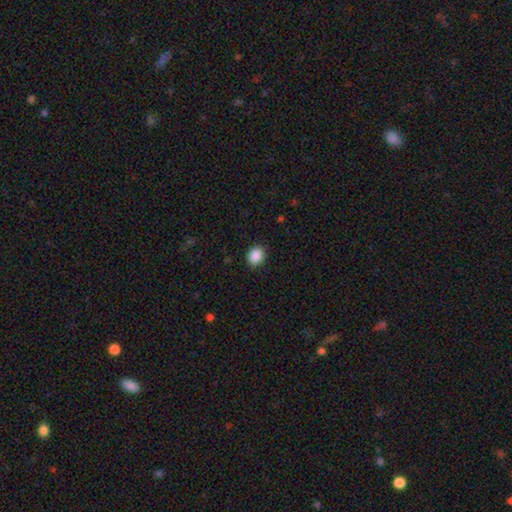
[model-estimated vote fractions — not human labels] smooth 89%, star or artifact 9%, featured or disk 3%. Down the decision tree: how rounded — round (60%); merging — none (89%).